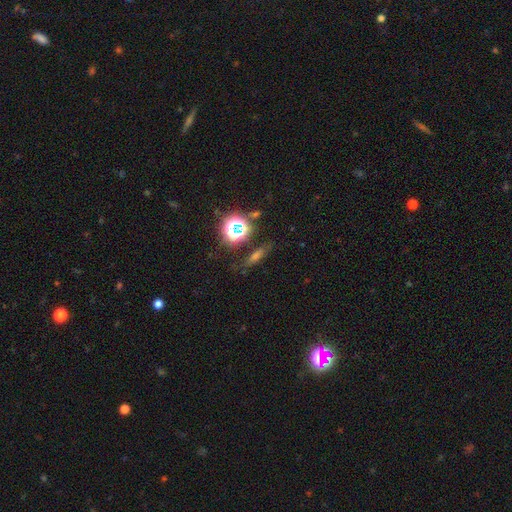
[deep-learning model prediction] The model was most divided on "smooth or featured": smooth: 39%, star or artifact: 38%, featured or disk: 23%. More confident: merging — none (78%).